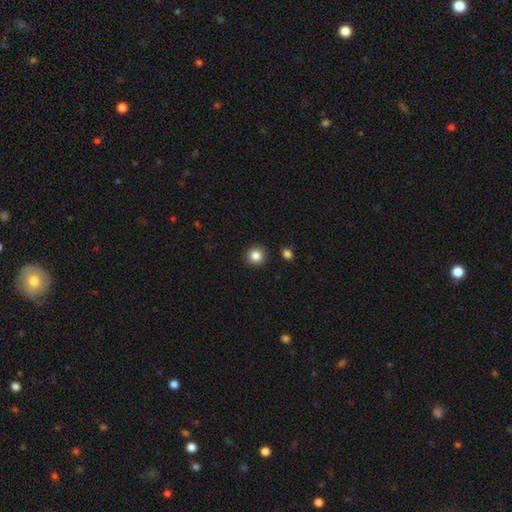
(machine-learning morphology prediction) This appears to be a smooth galaxy with no disk features (84%) that is round (93%). Merging: none (91%).